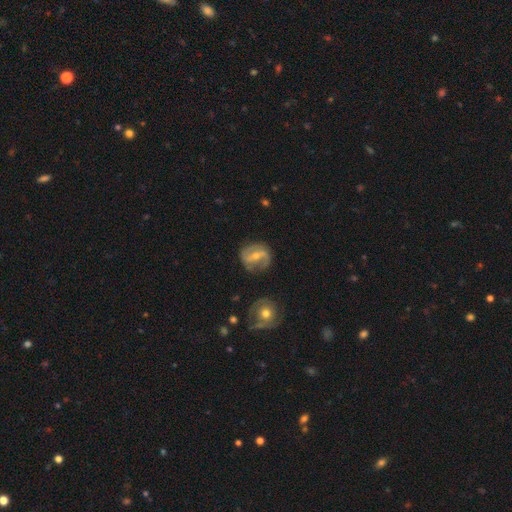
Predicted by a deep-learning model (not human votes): This appears to be a featured or disk galaxy (75%) with a strong bar (42%), 2 (84%) medium (42%) spiral arms (88%) and a small central bulge (48%). Merging: none (75%).